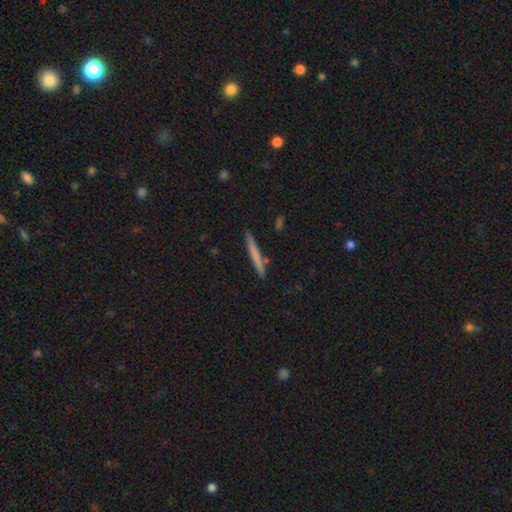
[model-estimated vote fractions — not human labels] This appears to be a smooth galaxy with no disk features (64%) that is cigar-shaped (96%). Merging: none (88%).